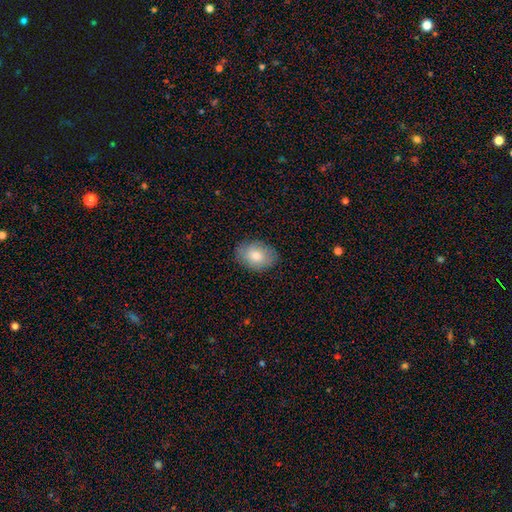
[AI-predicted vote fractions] Smooth or featured?
  - smooth: 76% *
  - featured or disk: 16%
  - star or artifact: 7%
How rounded?
  - in between: 77% *
  - round: 22%
  - cigar-shaped: 1%
Merging?
  - none: 83% *
  - minor disturbance: 13%
  - major disturbance: 3%
  - merger: 1%